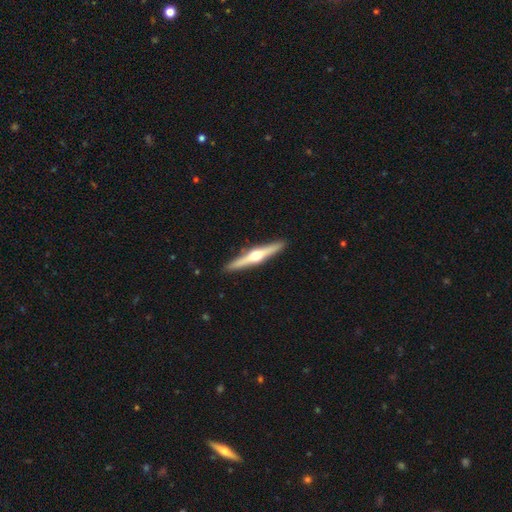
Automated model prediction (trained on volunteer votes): This is likely a featured or disk galaxy (73%). It is clearly viewed edge-on (98%). Edge-on bulge: clearly rounded (95%). Merging: clearly none (92%).